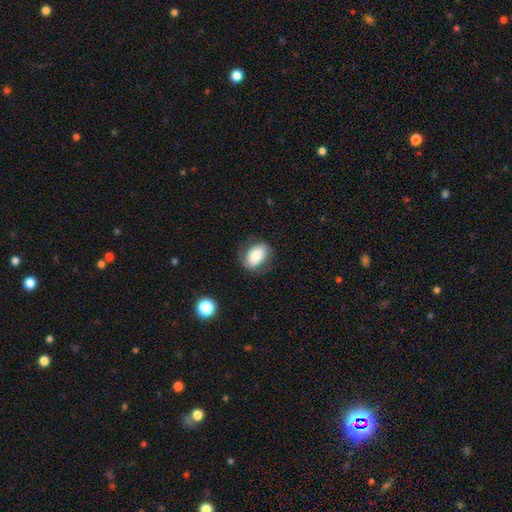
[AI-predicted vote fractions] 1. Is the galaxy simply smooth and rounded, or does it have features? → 72% smooth, 20% featured or disk, 8% star or artifact.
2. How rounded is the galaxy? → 82% in between, 17% round, 1% cigar-shaped.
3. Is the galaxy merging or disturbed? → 73% none, 18% minor disturbance, 7% major disturbance, 1% merger.